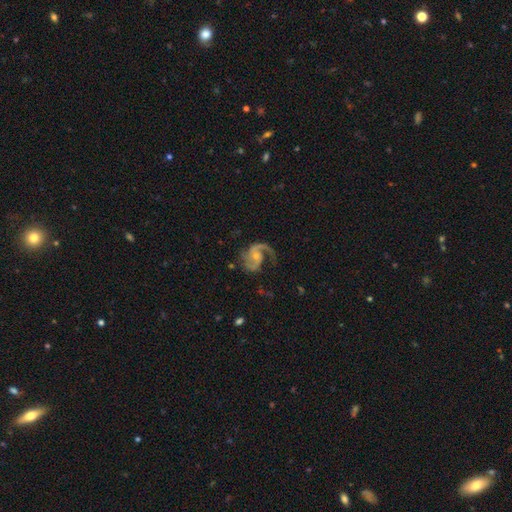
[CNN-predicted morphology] Overall: featured or disk (90%). Edge-on disk: no (98%). Bar: no (60%; weak 31%). Spiral arms: yes (98%). Spiral arm count: 2 (85%). Spiral winding: medium (55%; loose 28%). Bulge size: small (57%; moderate 38%). Merging: none (65%).